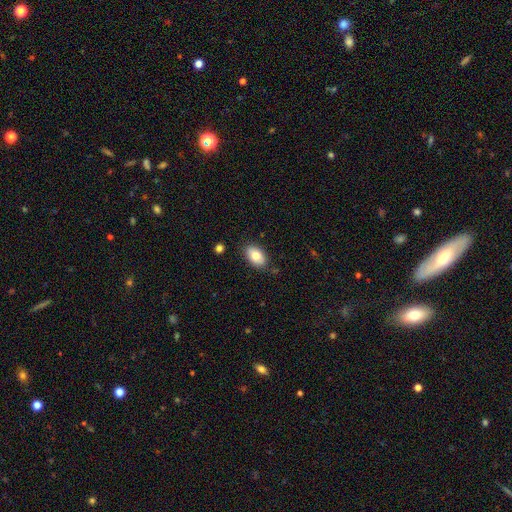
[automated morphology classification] A smooth galaxy with no disk features (79%) that is in between round and cigar-shaped (90%).

Vote fractions:
- Smooth or featured? smooth: 79% / featured or disk: 14% / star or artifact: 7%
- How rounded? in between: 90% / round: 9% / cigar-shaped: 1%
- Merging? none: 84% / minor disturbance: 12% / major disturbance: 2% / merger: 2%